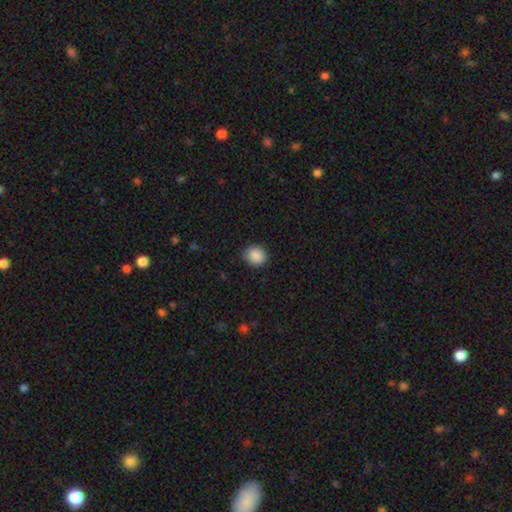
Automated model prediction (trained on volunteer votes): smooth 89%, star or artifact 8%, featured or disk 3%. Down the decision tree: how rounded — round (70%); merging — none (85%).